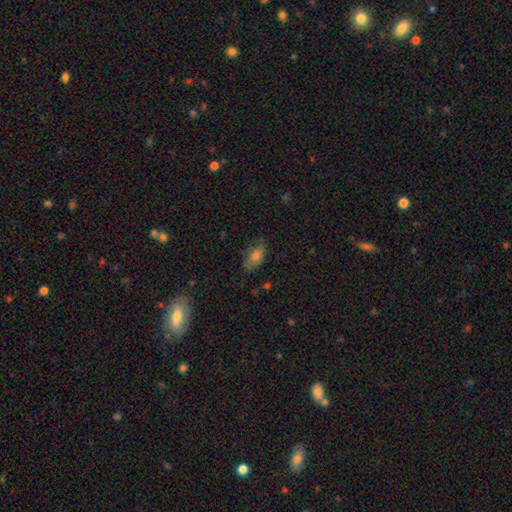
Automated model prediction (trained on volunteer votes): Overall: smooth (66%). How rounded: in between (85%). Merging: none (76%).